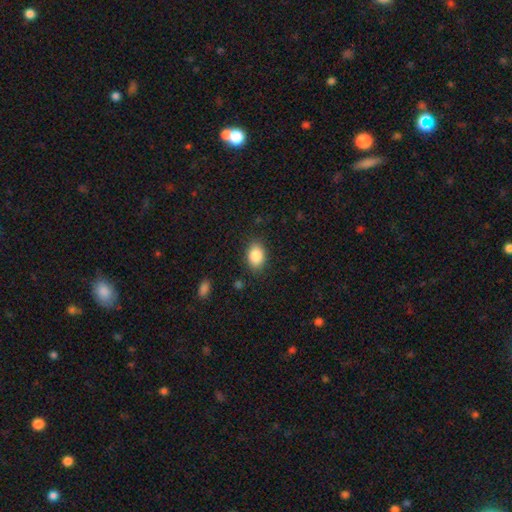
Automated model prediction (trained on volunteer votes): smooth-or-featured: smooth: 87% | star or artifact: 8% | featured or disk: 5%
  how-rounded: in between: 77% | round: 22% | cigar-shaped: 1%
  merging: none: 84% | minor disturbance: 11% | major disturbance: 3% | merger: 1%